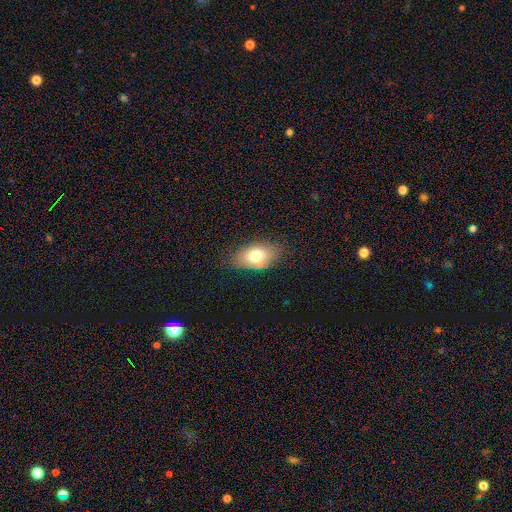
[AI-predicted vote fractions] A smooth galaxy with no disk features (72%) that is in between round and cigar-shaped (91%). Merging: none (71%).